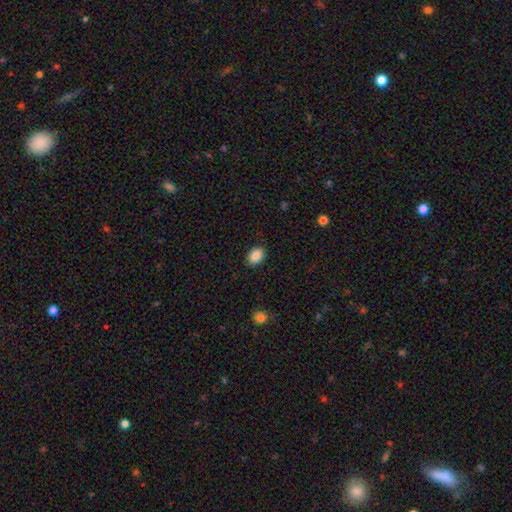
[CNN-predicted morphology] A smooth galaxy with no disk features (89%) that is in between round and cigar-shaped (80%).

Vote fractions:
- Smooth or featured? smooth: 89% / star or artifact: 8% / featured or disk: 4%
- How rounded? in between: 80% / round: 19% / cigar-shaped: 1%
- Merging? none: 88% / minor disturbance: 8% / major disturbance: 2% / merger: 1%